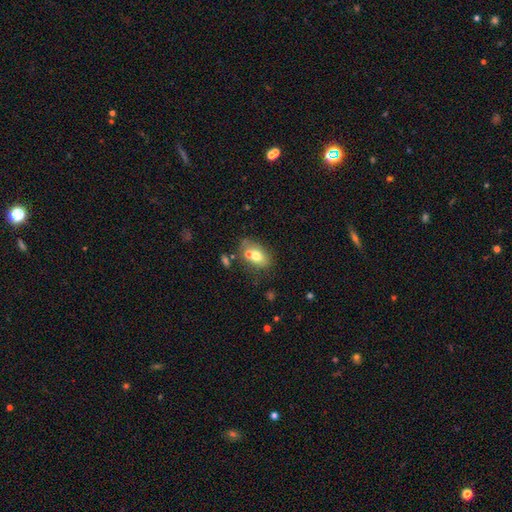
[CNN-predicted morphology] The model was most divided on "merging": none: 46%, merger: 34%, minor disturbance: 14%, major disturbance: 6%. More confident: how rounded — in between (76%); smooth or featured — smooth (67%).